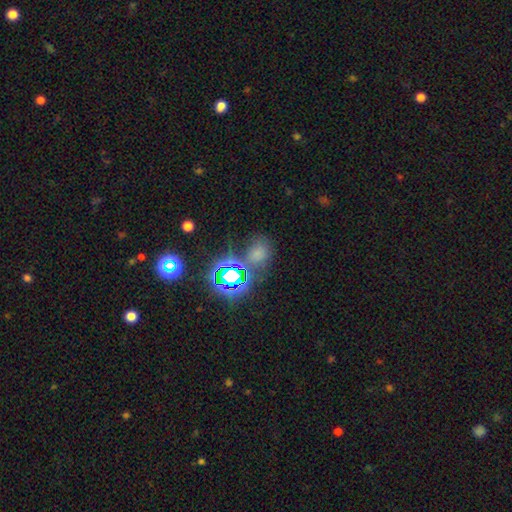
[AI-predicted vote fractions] This appears to be a smooth galaxy with no disk features (48%). Merging: none (62%).